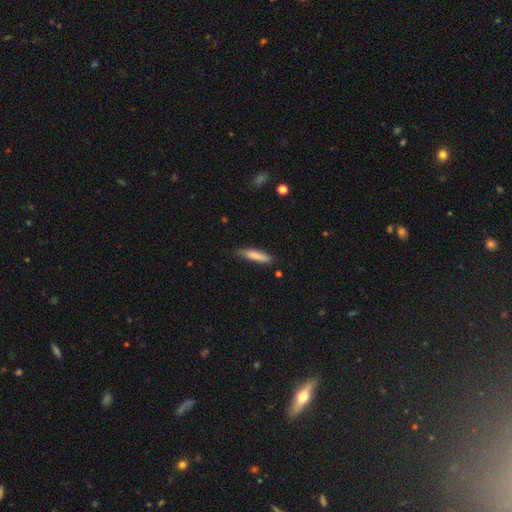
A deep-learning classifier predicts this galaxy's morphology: This is clearly a smooth galaxy (81%). How rounded: clearly cigar-shaped (84%). Merging: likely none (78%).